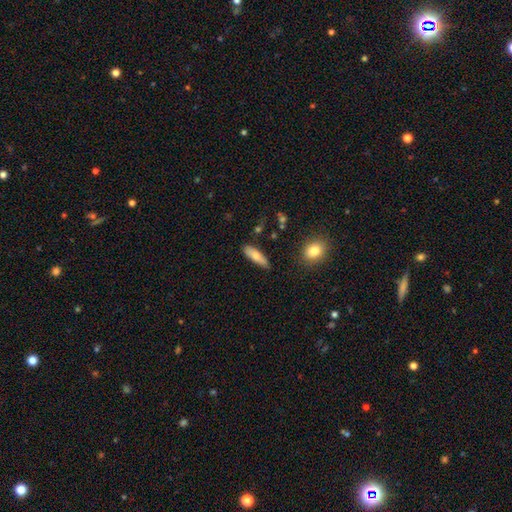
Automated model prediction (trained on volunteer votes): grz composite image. It shows a smooth galaxy with no disk features (73%) that is cigar-shaped (51%). Merging: none (82%).